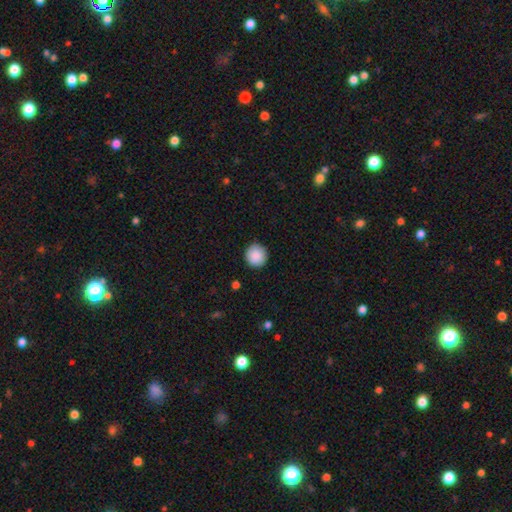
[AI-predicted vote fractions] The model was most divided on "smooth or featured": smooth: 88%, star or artifact: 8%, featured or disk: 4%. More confident: how rounded — round (94%); merging — none (91%).